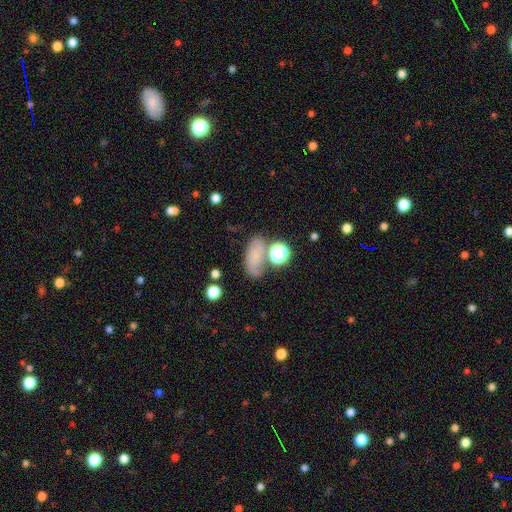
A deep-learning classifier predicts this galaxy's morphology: Overall: smooth (61%). How rounded: in between (76%). Merging: none (51%; minor disturbance 21%).